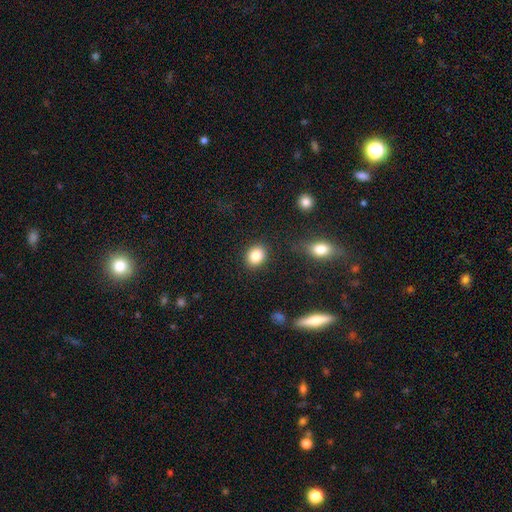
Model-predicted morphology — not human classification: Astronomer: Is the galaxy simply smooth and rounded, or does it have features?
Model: smooth — 86%.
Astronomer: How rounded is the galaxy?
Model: round — 53% (runner-up: in between, 46%).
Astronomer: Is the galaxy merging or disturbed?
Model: none — 87%.